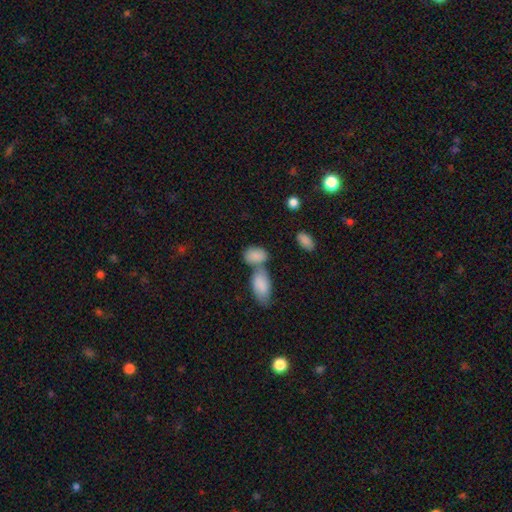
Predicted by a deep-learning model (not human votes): Smooth or featured: smooth — 85% (featured or disk — 9%)
How rounded: in between — 90% (round — 8%)
Merging: merger — 54% (none — 31%)